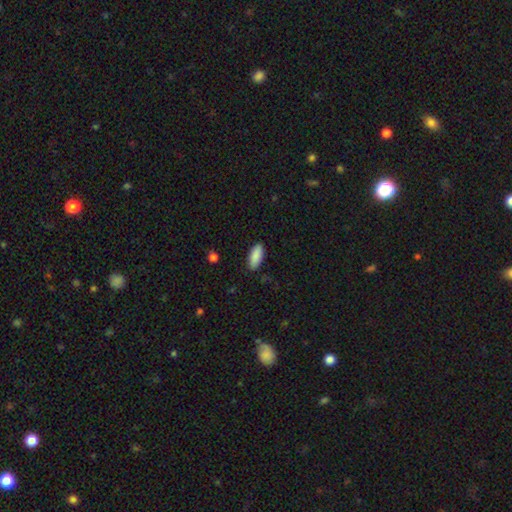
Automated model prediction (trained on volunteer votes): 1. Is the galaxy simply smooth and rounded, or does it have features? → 90% smooth, 6% star or artifact, 4% featured or disk.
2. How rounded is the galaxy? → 83% in between, 15% cigar-shaped, 2% round.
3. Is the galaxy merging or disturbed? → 87% none, 10% minor disturbance, 2% major disturbance, 1% merger.